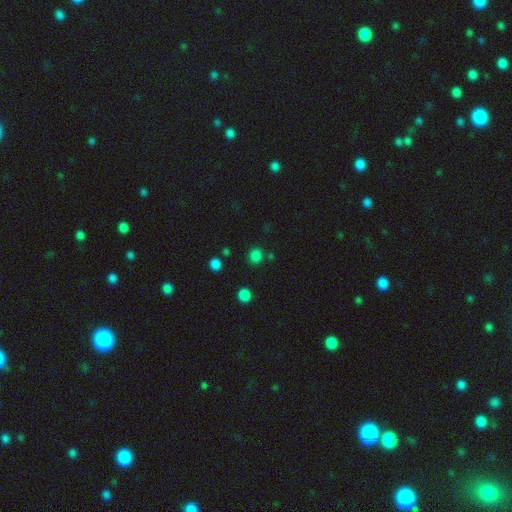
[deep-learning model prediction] smooth 80%, star or artifact 17%, featured or disk 4%. Down the decision tree: how rounded — round (83%); merging — none (82%).